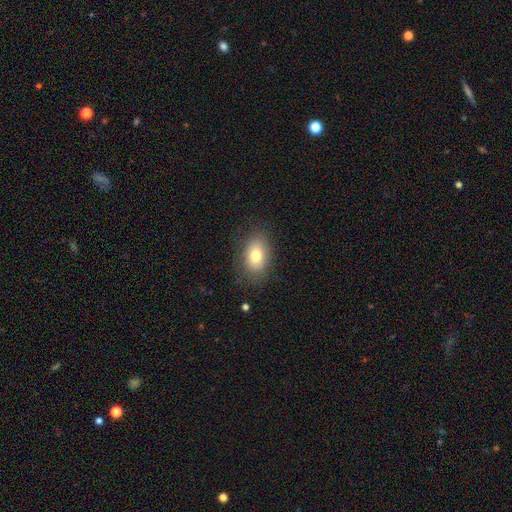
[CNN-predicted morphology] Smooth or featured: smooth — 77% (featured or disk — 14%)
How rounded: in between — 85% (round — 14%)
Merging: none — 81% (minor disturbance — 13%)